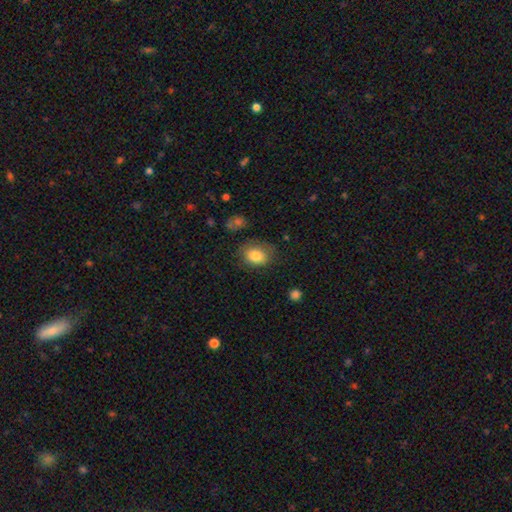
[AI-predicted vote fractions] A smooth galaxy with no disk features (82%) that is in between round and cigar-shaped (62%). Merging: none (70%).